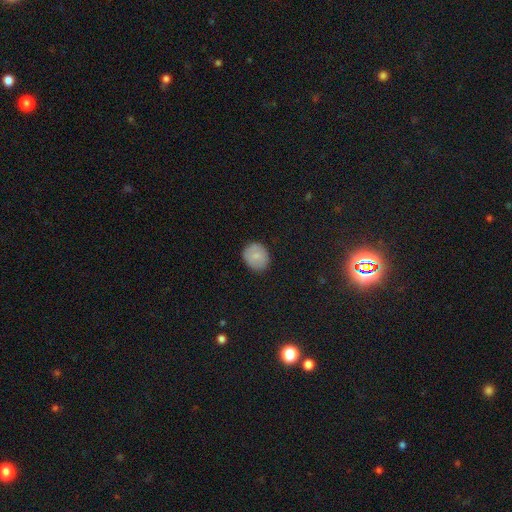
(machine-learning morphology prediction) smooth-or-featured: smooth: 82% | featured or disk: 9% | star or artifact: 9%
  how-rounded: round: 77% | in between: 22% | cigar-shaped: 1%
  merging: none: 87% | minor disturbance: 10% | major disturbance: 2% | merger: 1%